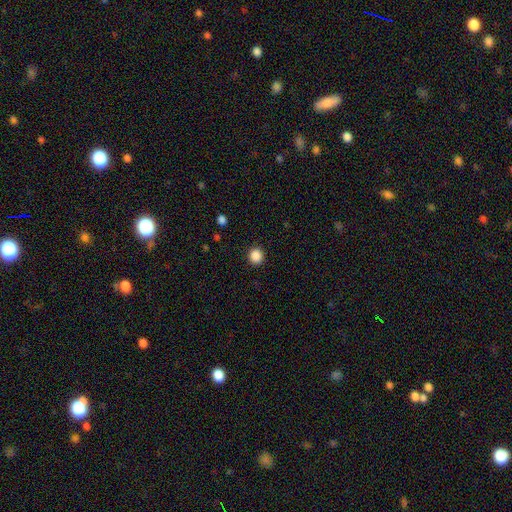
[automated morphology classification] Q: Smooth or featured?
A: smooth (87%); runner-up: star or artifact (10%)
Q: How rounded?
A: round (90%); runner-up: in between (9%)
Q: Merging?
A: none (92%); runner-up: minor disturbance (5%)